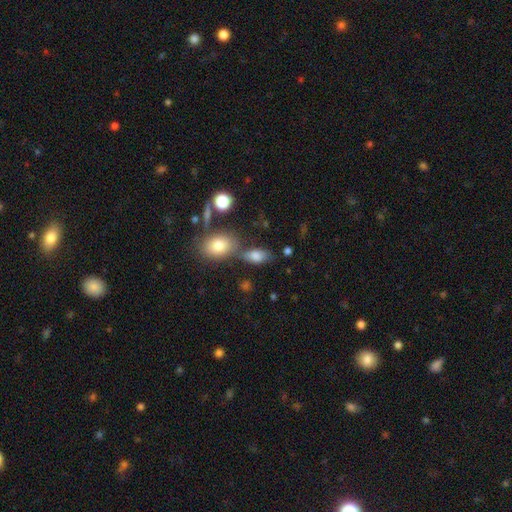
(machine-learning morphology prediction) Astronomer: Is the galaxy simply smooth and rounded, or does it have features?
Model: smooth — 78%.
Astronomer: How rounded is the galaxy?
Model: in between — 87%.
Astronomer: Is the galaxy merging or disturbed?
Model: none — 59%.